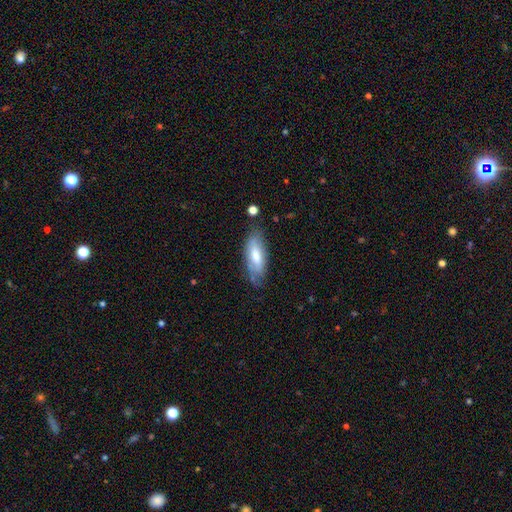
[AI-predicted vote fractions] smooth 57%, featured or disk 36%, star or artifact 7%. Down the decision tree: how rounded — in between (70%); merging — none (67%).